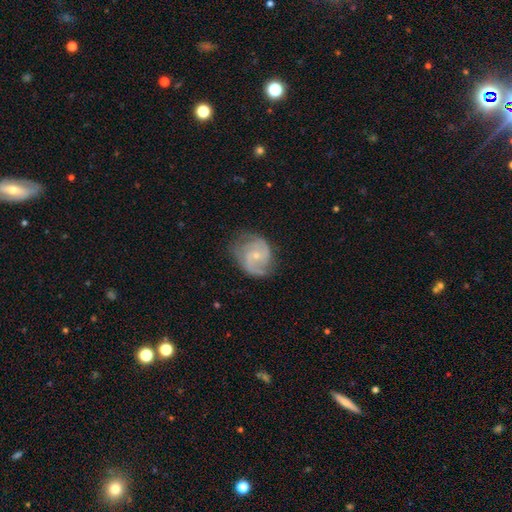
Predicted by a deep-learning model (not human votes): This appears to be a featured or disk galaxy (81%) with no bar (60%), 2 (65%) medium (49%) spiral arms (94%) and a small central bulge (69%). Merging: none (66%).